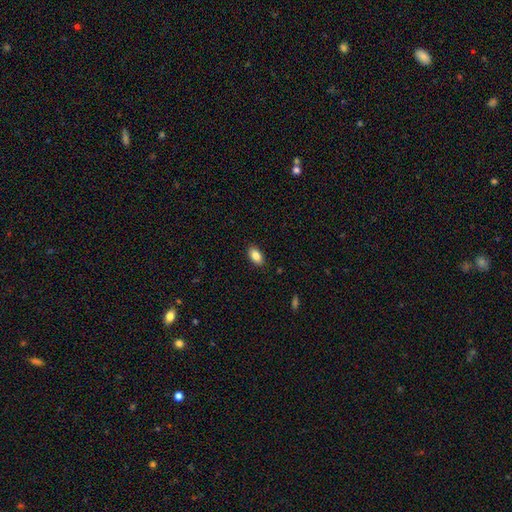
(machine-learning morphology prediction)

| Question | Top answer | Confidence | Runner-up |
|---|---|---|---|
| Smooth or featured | smooth | 86% | star or artifact (8%) |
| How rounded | in between | 92% | round (5%) |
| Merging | none | 88% | minor disturbance (9%) |